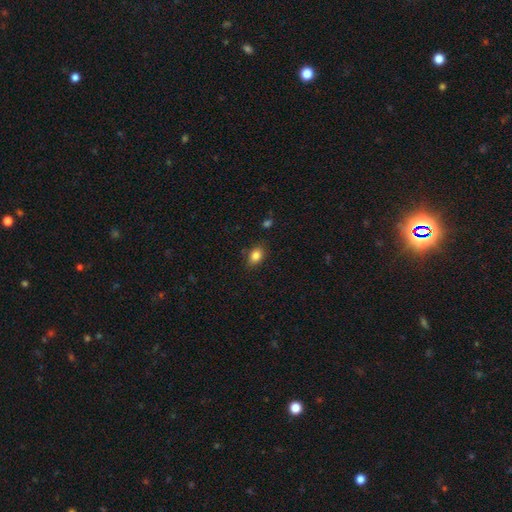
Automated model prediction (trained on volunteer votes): smooth-or-featured: smooth: 85% | star or artifact: 9% | featured or disk: 6%
  how-rounded: in between: 76% | round: 22% | cigar-shaped: 2%
  merging: none: 80% | minor disturbance: 15% | major disturbance: 3% | merger: 2%